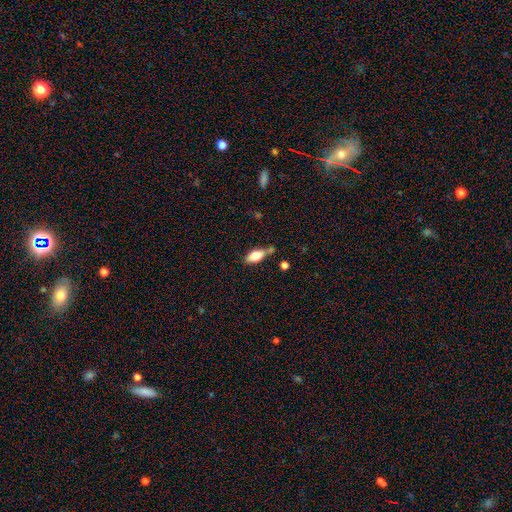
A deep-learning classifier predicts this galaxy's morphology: The model was most divided on "merging": none: 54%, minor disturbance: 24%, merger: 14%, major disturbance: 8%. More confident: how rounded — in between (80%); smooth or featured — smooth (67%).